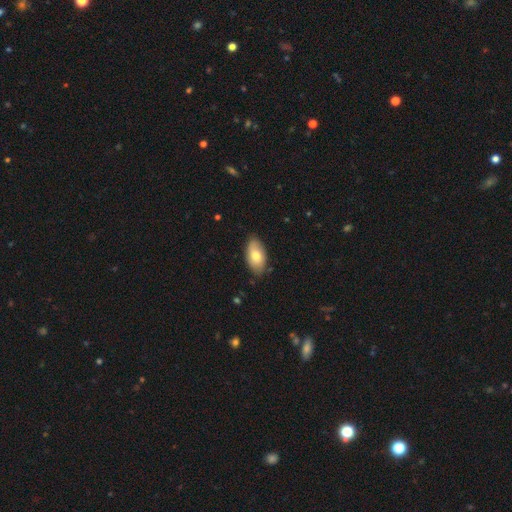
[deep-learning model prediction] Smooth or featured? Predicted: smooth (p=0.74). How rounded? Predicted: in between (p=0.94). Merging? Predicted: none (p=0.82).